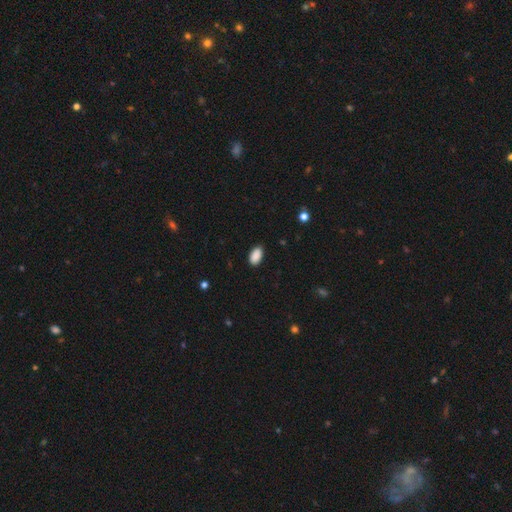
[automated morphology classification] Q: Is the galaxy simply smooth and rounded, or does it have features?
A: smooth — 90%.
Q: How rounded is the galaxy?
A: in between — 94%.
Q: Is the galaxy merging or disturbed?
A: none — 85%.